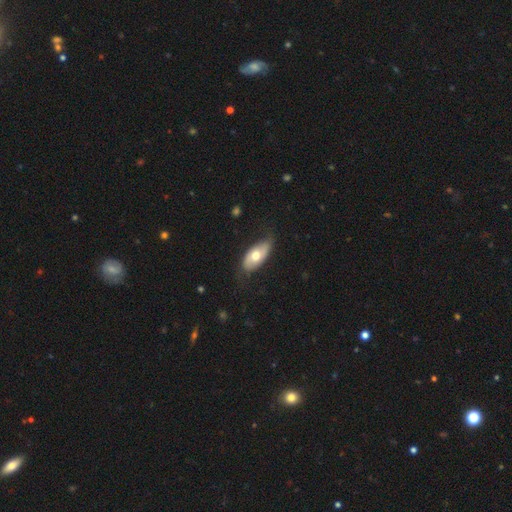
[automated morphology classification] Smooth or featured? Predicted: smooth (p=0.55). How rounded? Predicted: in between (p=0.91). Merging? Predicted: none (p=0.70).